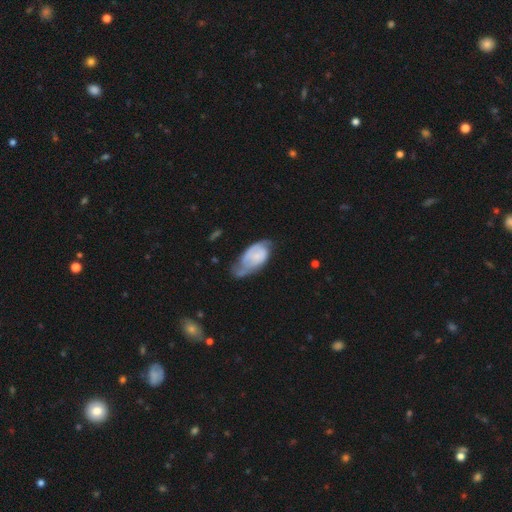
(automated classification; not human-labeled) Overall: featured or disk (62%; smooth 32%). Edge-on disk: no (95%). Bar: no (66%; weak 28%). Spiral arms: yes (83%). Bulge size: small (47%; none 30%). Merging: none (39%; minor disturbance 35%).